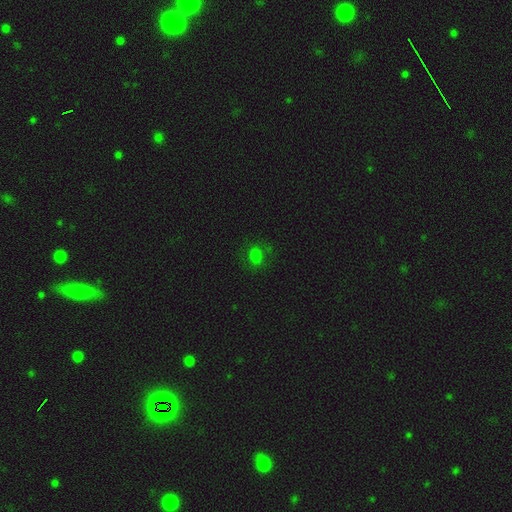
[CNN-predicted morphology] This is likely a smooth galaxy (74%). How rounded: possibly round (54%). Merging: likely none (76%).